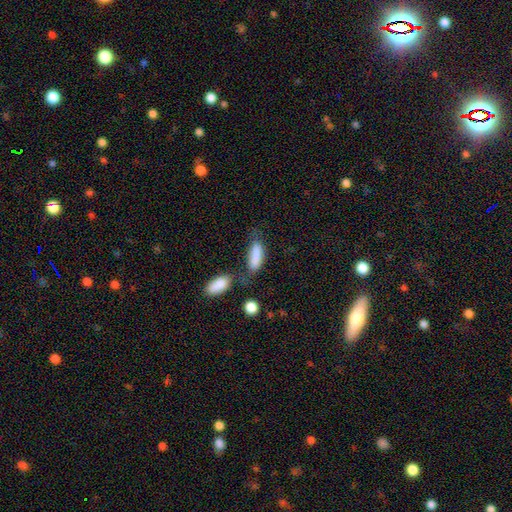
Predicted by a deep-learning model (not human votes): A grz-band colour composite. It shows a smooth galaxy with no disk features (84%) that is in between round and cigar-shaped (58%). Merging: none (44%).